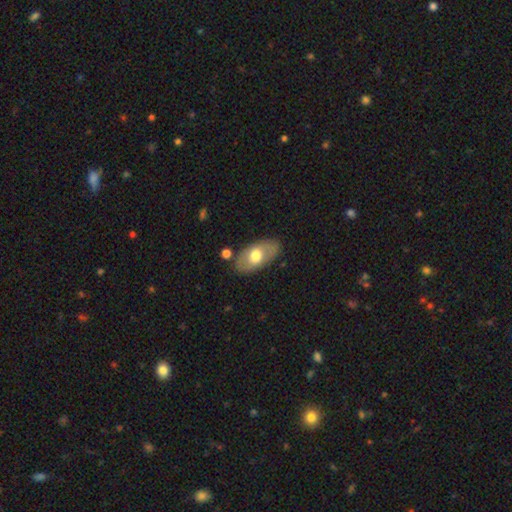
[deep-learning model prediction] smooth_or_featured: smooth (p=0.57) [alt: featured or disk p=0.37]
how_rounded: in between (p=0.92) [alt: round p=0.05]
merging: none (p=0.79) [alt: minor disturbance p=0.14]